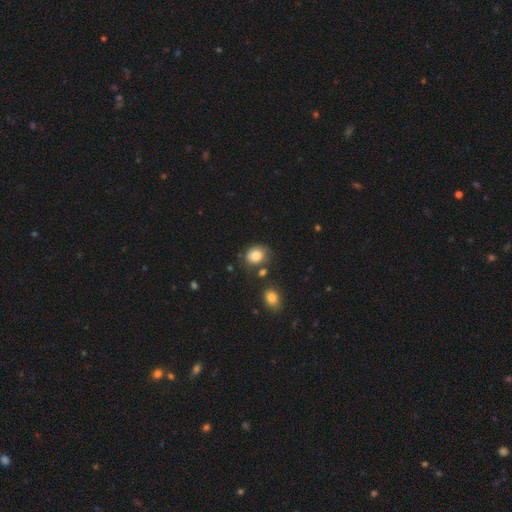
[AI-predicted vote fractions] Smooth or featured: smooth — 82% (featured or disk — 9%)
How rounded: round — 57% (in between — 42%)
Merging: none — 64% (minor disturbance — 21%)